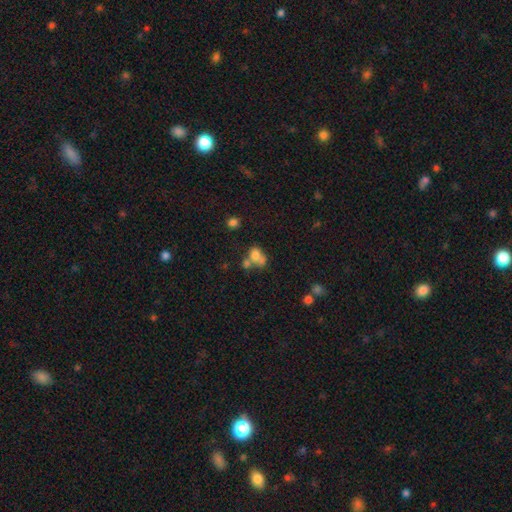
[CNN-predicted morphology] Overall: smooth (66%). How rounded: in between (50%; round 49%). Merging: merger (53%; none 26%).